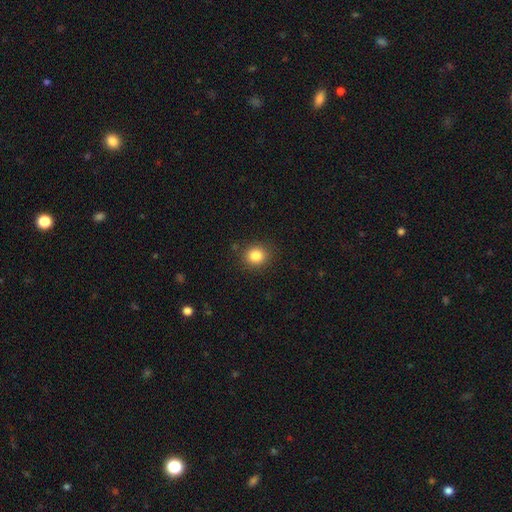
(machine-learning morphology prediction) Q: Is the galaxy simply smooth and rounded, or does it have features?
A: smooth — 84%.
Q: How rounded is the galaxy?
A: round — 81%.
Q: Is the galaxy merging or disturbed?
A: none — 88%.